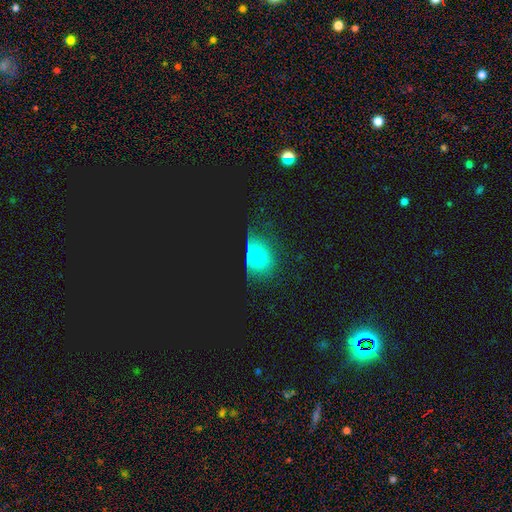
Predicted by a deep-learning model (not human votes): smooth-or-featured: smooth: 56% | star or artifact: 28% | featured or disk: 16%
  how-rounded: in between: 64% | round: 33% | cigar-shaped: 3%
  merging: none: 51% | minor disturbance: 29% | major disturbance: 17% | merger: 4%